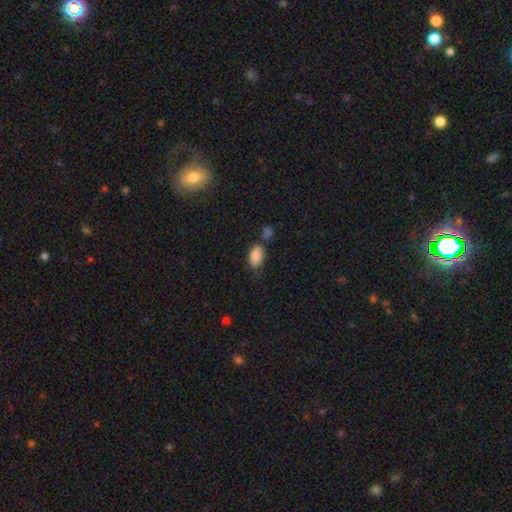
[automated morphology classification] smooth 87%, star or artifact 8%, featured or disk 5%. Down the decision tree: how rounded — in between (92%); merging — none (58%).